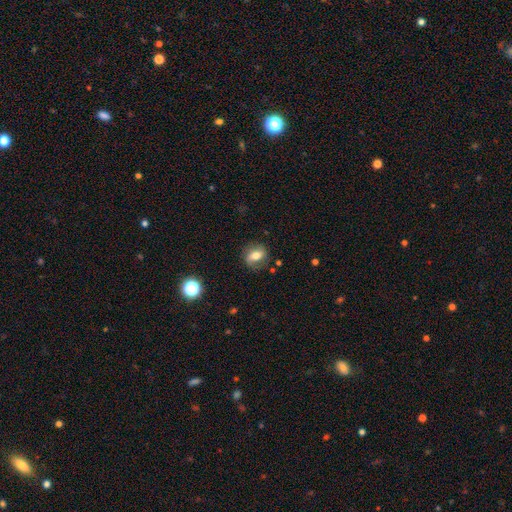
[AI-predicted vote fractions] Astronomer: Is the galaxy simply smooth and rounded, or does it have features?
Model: smooth — 54% (runner-up: featured or disk, 36%).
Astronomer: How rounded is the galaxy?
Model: in between — 50% (runner-up: round, 46%).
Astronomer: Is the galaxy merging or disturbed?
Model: none — 77%.